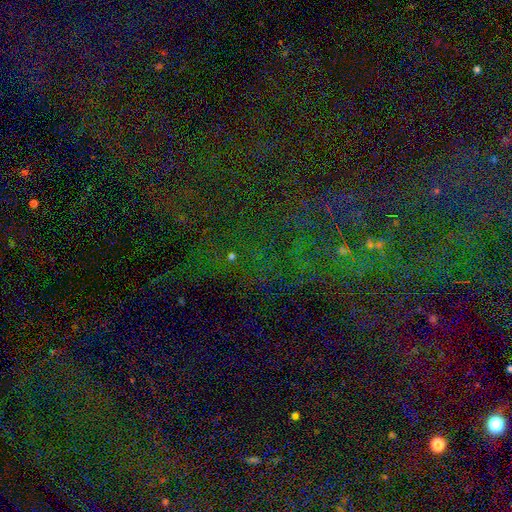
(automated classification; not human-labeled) Morphology: type=star or artifact (75%).